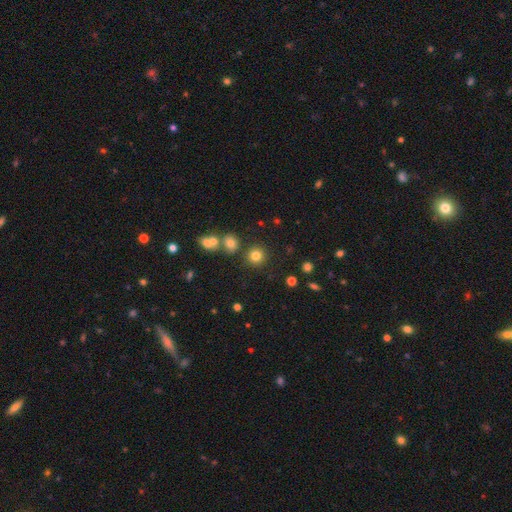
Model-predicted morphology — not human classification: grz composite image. It shows a smooth galaxy with no disk features (79%) that is round (92%). Merging: none (83%).